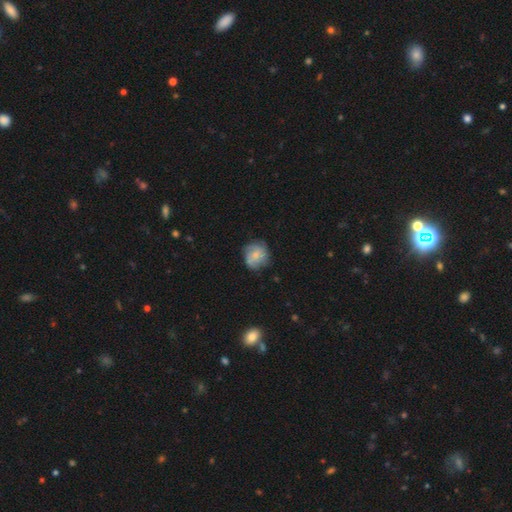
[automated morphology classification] Smooth or featured? Predicted: smooth (p=0.50). How rounded? Predicted: round (p=0.82). Merging? Predicted: none (p=0.68).